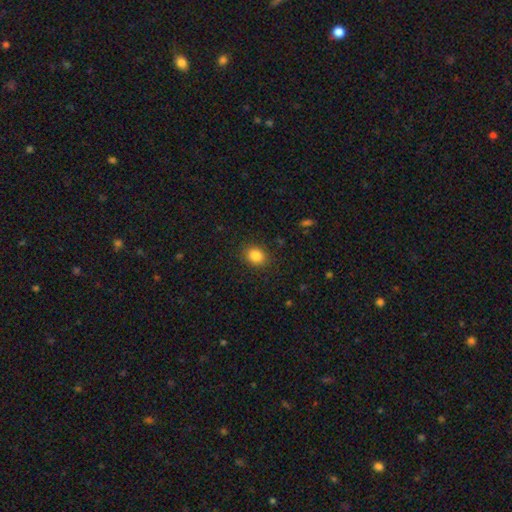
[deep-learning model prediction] This appears to be a smooth galaxy with no disk features (85%) that is round (51%). Merging: none (87%).